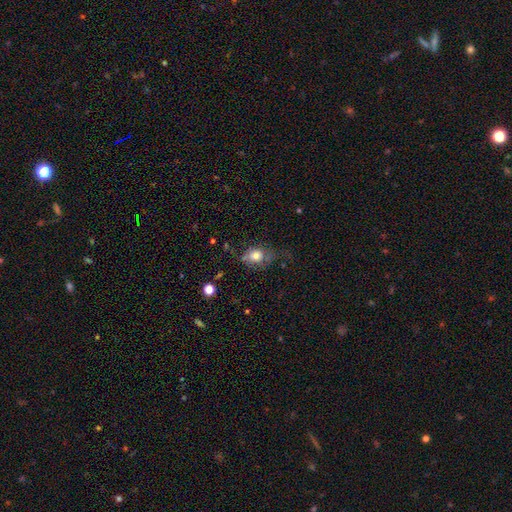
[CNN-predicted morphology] Smooth or featured? Predicted: smooth (p=0.72). How rounded? Predicted: in between (p=0.57). Merging? Predicted: none (p=0.45).